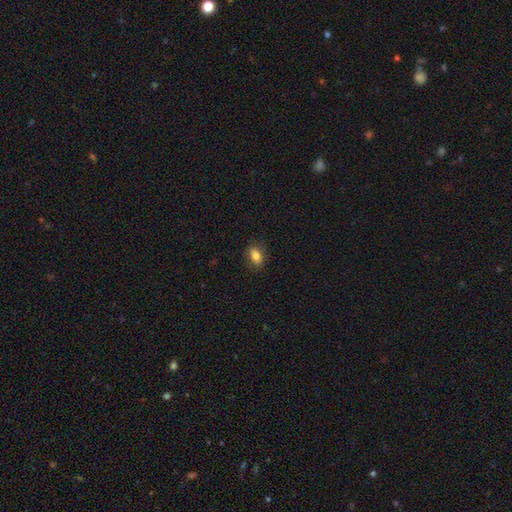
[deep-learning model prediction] Smooth or featured? Predicted: smooth (p=0.83). How rounded? Predicted: in between (p=0.84). Merging? Predicted: none (p=0.83).